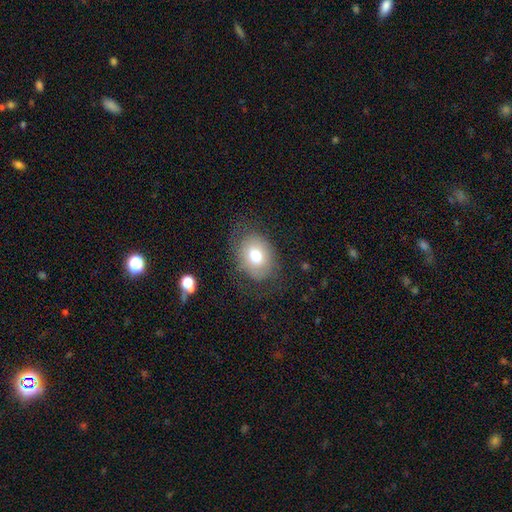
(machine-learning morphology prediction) Smooth or featured?
  - smooth: 68% *
  - featured or disk: 23%
  - star or artifact: 9%
How rounded?
  - in between: 65% *
  - round: 34%
  - cigar-shaped: 1%
Merging?
  - none: 67% *
  - minor disturbance: 20%
  - major disturbance: 12%
  - merger: 1%